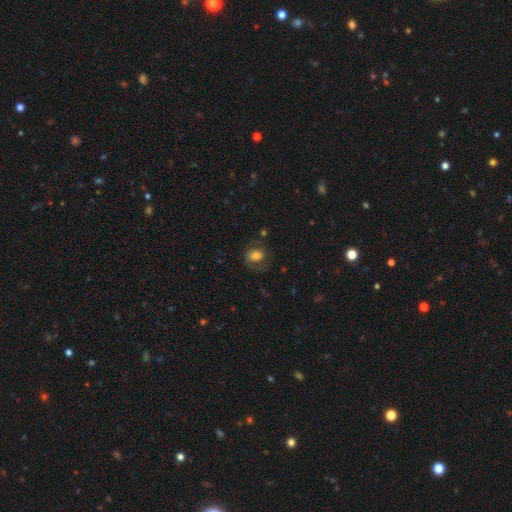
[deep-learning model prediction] Smooth or featured: smooth — 64% (featured or disk — 26%)
How rounded: in between — 53% (round — 46%)
Merging: none — 63% (minor disturbance — 19%)